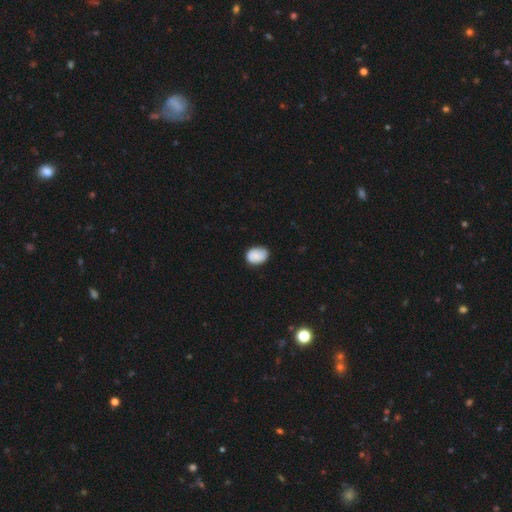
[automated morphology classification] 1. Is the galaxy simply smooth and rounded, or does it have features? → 81% smooth, 11% featured or disk, 8% star or artifact.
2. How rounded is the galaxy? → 65% in between, 34% round, 1% cigar-shaped.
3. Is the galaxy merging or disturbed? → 78% none, 18% minor disturbance, 3% major disturbance, 1% merger.